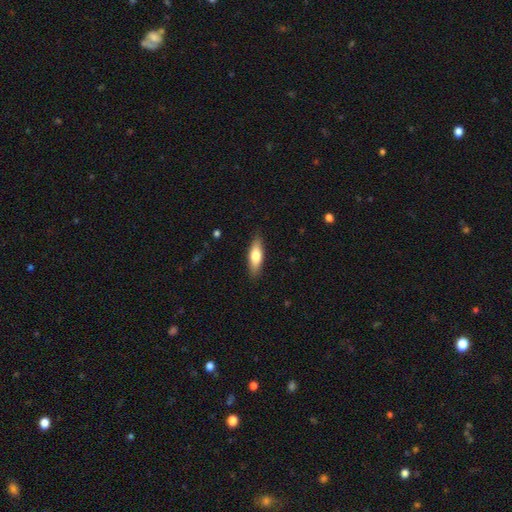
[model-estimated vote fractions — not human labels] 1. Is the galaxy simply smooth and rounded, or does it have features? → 69% smooth, 25% featured or disk, 6% star or artifact.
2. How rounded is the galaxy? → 55% in between, 43% cigar-shaped, 2% round.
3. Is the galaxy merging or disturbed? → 87% none, 10% minor disturbance, 2% major disturbance, 1% merger.